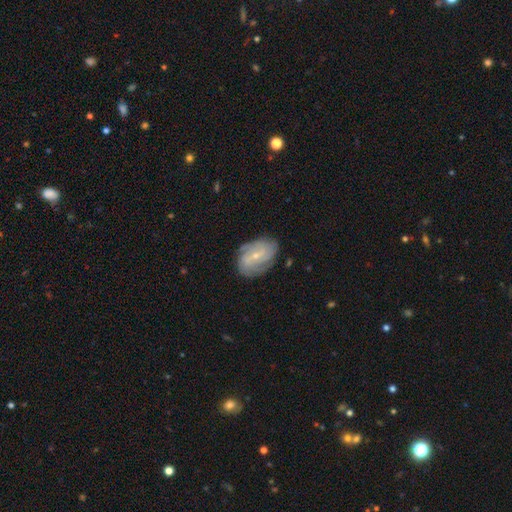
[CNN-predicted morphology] This is likely a featured or disk galaxy (69%). It is clearly not viewed edge-on (96%). Bar: marginally no (45%). Spiral arm pattern: clearly yes (86%). Spiral arm count: marginally can't tell (36%). Spiral winding: possibly tight (46%). Central bulge: likely small (71%). Merging: likely none (73%).